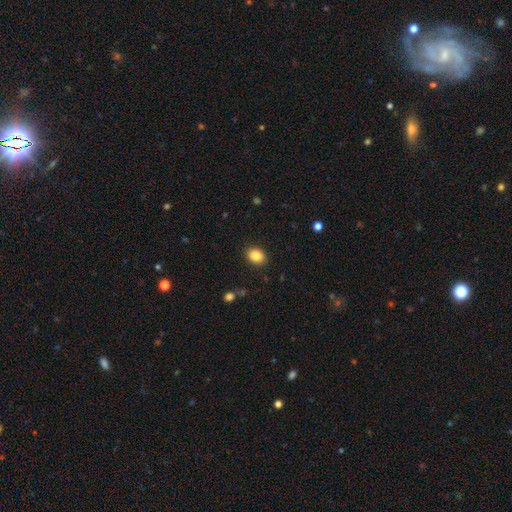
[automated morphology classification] smooth 87%, star or artifact 8%, featured or disk 4%. Down the decision tree: how rounded — in between (61%); merging — none (89%).